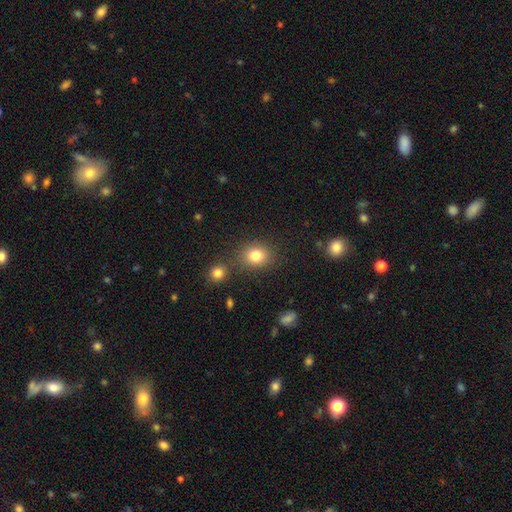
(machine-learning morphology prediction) The model was most divided on "how rounded": round: 66%, in between: 33%, cigar-shaped: 1%. More confident: smooth or featured — smooth (81%); merging — none (78%).